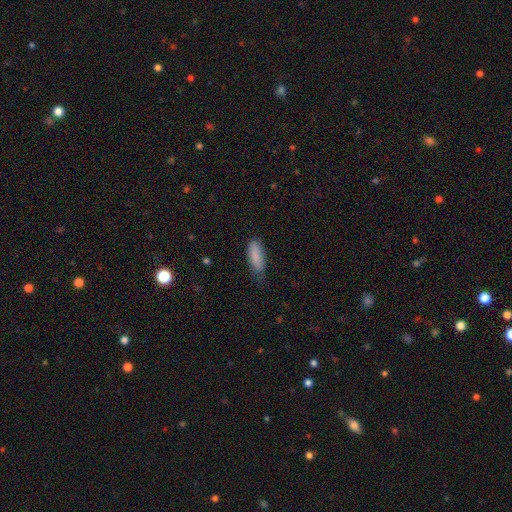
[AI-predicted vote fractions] Morphology: type=smooth (87%); roundness=in between (72%); merging=none (59%).